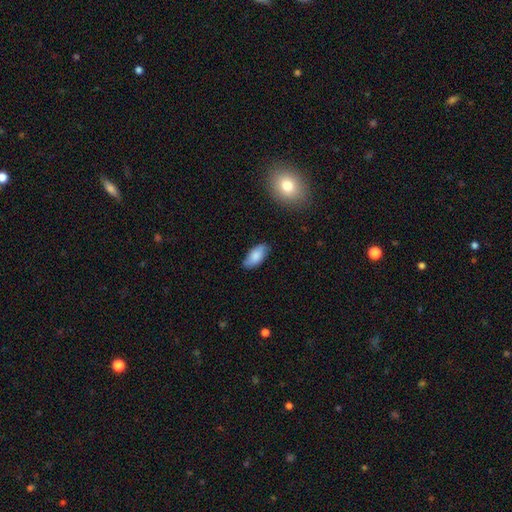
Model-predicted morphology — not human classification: Smooth or featured? Predicted: smooth (p=0.82). How rounded? Predicted: in between (p=0.91). Merging? Predicted: none (p=0.81).